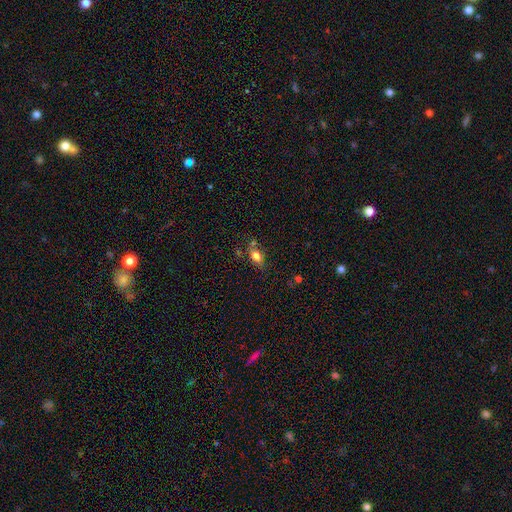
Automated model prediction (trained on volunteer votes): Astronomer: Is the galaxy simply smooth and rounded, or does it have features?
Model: smooth — 76%.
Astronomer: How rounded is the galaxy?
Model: in between — 80%.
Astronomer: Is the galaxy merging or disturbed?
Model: none — 66%.